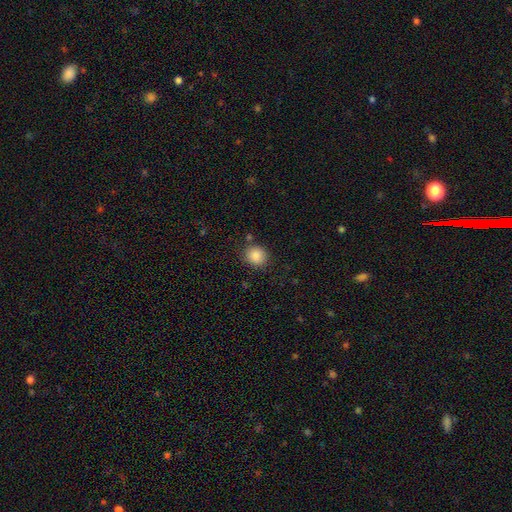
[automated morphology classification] A smooth galaxy with no disk features (86%) that is round (82%). Merging: none (83%).